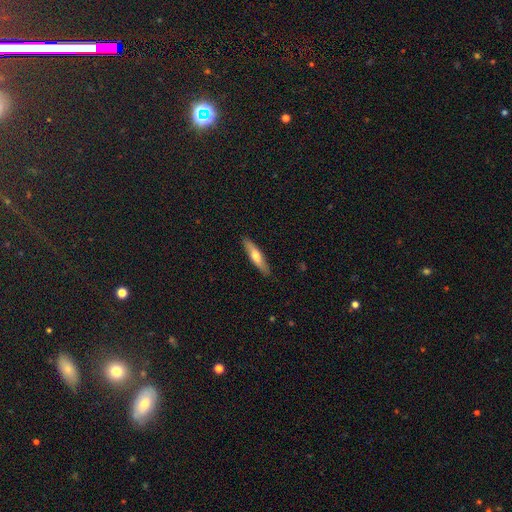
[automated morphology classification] Q: Smooth or featured?
A: smooth (56%); runner-up: featured or disk (38%)
Q: How rounded?
A: cigar-shaped (81%); runner-up: in between (17%)
Q: Merging?
A: none (89%); runner-up: minor disturbance (8%)